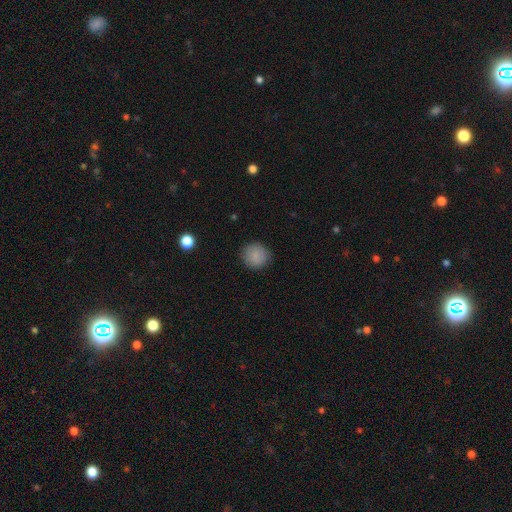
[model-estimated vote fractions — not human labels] Morphology: type=smooth (86%); roundness=round (91%); merging=none (88%).